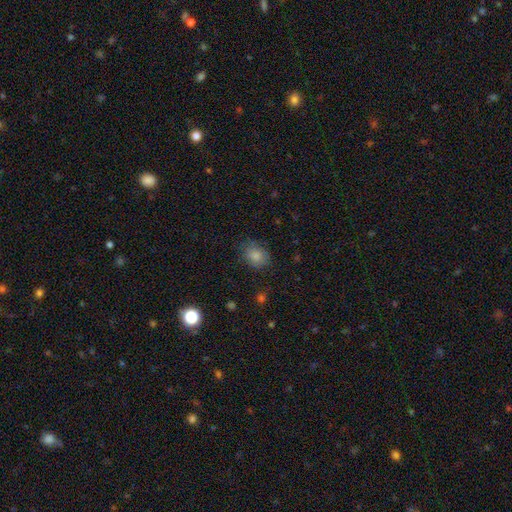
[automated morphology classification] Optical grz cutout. It shows a smooth galaxy with no disk features (83%) that is in between round and cigar-shaped (54%). Merging: none (73%).